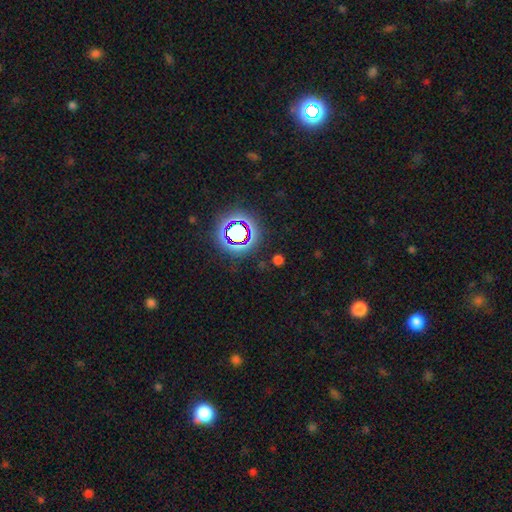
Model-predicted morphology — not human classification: A star or artifact, not a galaxy (76%).

Vote fractions:
- Smooth or featured? star or artifact: 76% / smooth: 15% / featured or disk: 10%